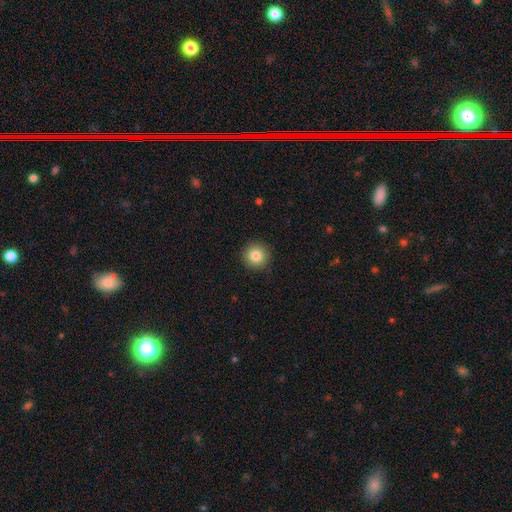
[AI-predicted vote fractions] Smooth or featured?
  - smooth: 83% *
  - star or artifact: 10%
  - featured or disk: 7%
How rounded?
  - round: 95% *
  - in between: 4%
  - cigar-shaped: 1%
Merging?
  - none: 91% *
  - minor disturbance: 6%
  - major disturbance: 2%
  - merger: 1%